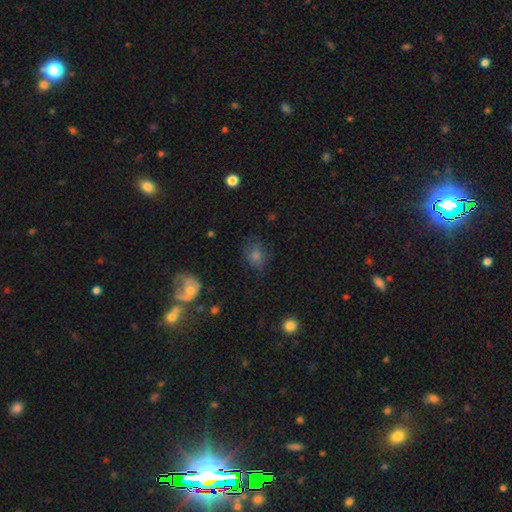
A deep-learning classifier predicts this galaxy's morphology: type=smooth (57%); roundness=in between (51%); merging=none (62%).